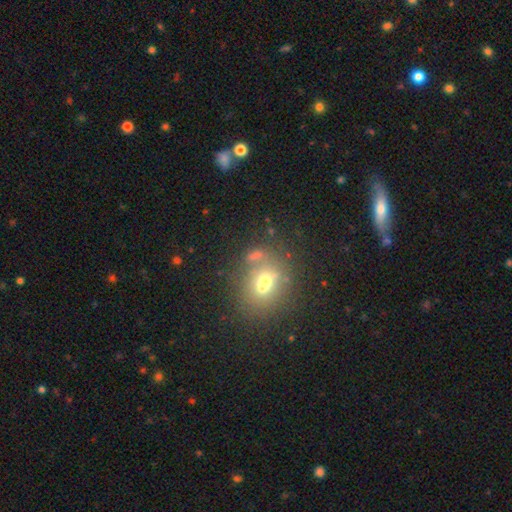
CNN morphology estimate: Smooth or featured: smooth — 54% (featured or disk — 26%)
How rounded: round — 61% (in between — 38%)
Merging: none — 43% (merger — 41%)